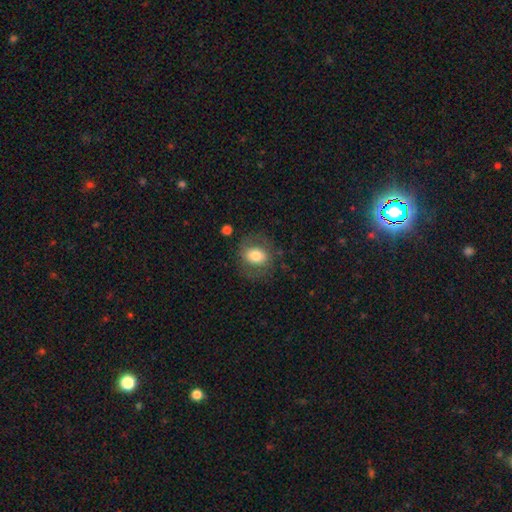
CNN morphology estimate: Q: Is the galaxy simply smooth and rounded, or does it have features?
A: smooth — 68%.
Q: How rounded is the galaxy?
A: round — 52%.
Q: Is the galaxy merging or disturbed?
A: none — 73%.